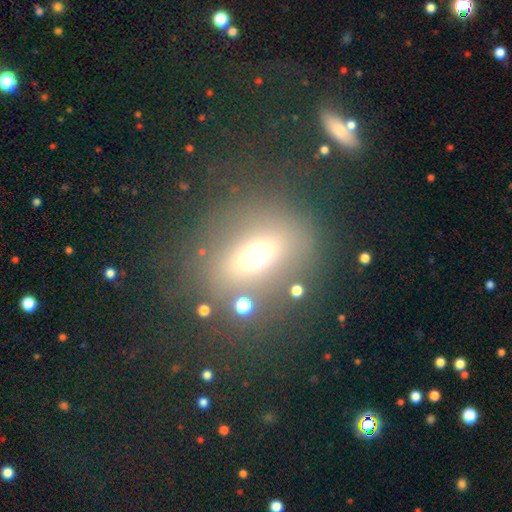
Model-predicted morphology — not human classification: smooth_or_featured: smooth (p=0.59) [alt: featured or disk p=0.21]
how_rounded: in between (p=0.53) [alt: round p=0.40]
merging: none (p=0.69) [alt: minor disturbance p=0.13]